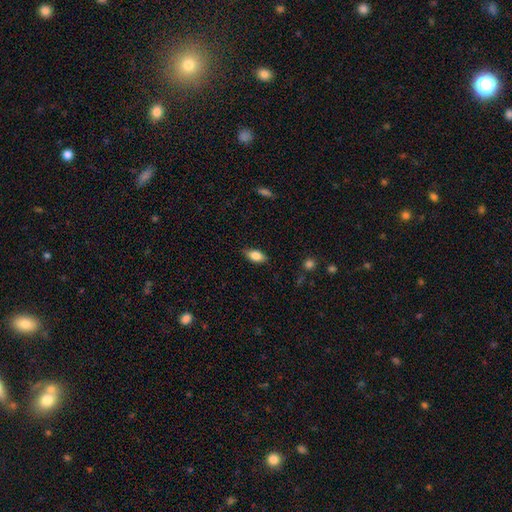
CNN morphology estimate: Smooth or featured? Predicted: smooth (p=0.82). How rounded? Predicted: in between (p=0.88). Merging? Predicted: none (p=0.82).